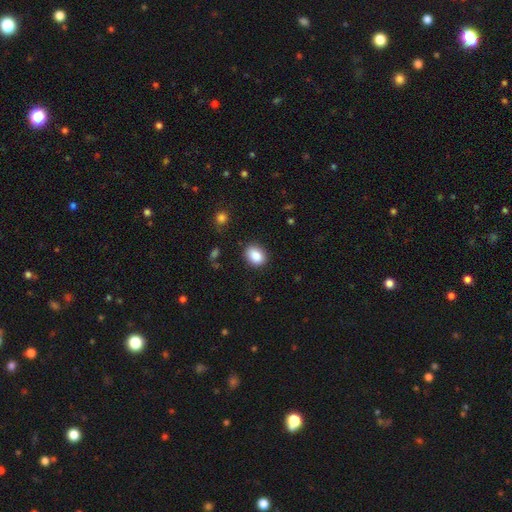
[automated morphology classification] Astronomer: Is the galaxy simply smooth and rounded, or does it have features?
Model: smooth — 87%.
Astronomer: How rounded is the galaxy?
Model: in between — 61% (runner-up: round, 38%).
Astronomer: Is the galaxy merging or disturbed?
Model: none — 85%.